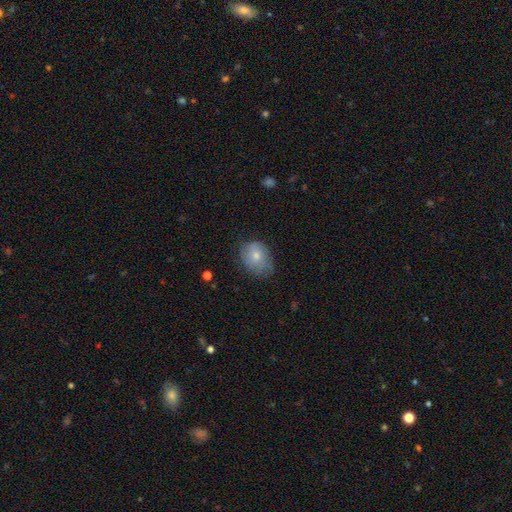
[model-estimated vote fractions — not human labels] Morphology: type=smooth (74%); roundness=in between (53%); merging=none (57%).